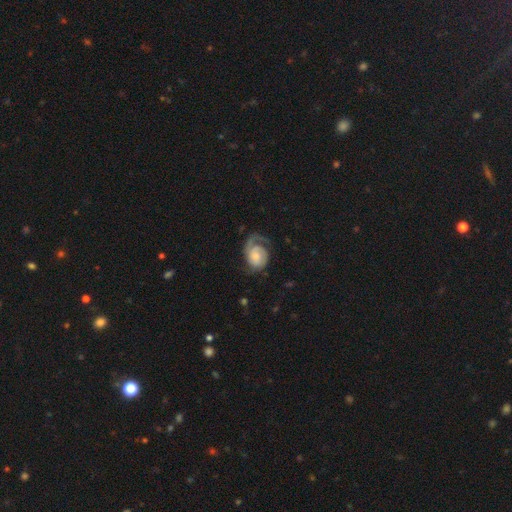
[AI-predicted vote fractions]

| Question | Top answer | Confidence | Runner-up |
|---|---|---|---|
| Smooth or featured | featured or disk | 74% | smooth (20%) |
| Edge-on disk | no | 97% | yes (3%) |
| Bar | no | 68% | weak (27%) |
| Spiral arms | yes | 94% | no (6%) |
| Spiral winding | tight | 40% | medium (37%) |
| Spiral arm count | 1 | 55% | 2 (33%) |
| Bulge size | small | 31% | moderate (28%) |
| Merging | none | 46% | major disturbance (29%) |